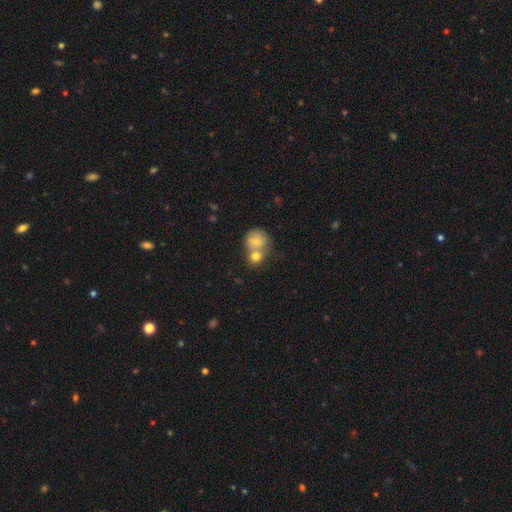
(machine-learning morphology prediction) Smooth or featured? Predicted: smooth (p=0.57). How rounded? Predicted: round (p=0.73). Merging? Predicted: none (p=0.45).